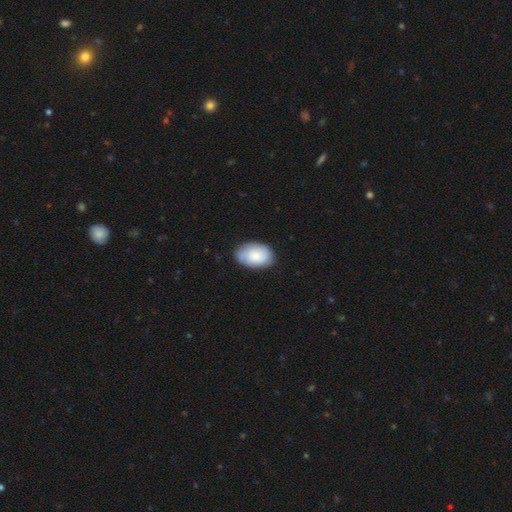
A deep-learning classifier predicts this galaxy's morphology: smooth-or-featured: smooth: 76% | featured or disk: 18% | star or artifact: 6%
  how-rounded: in between: 90% | round: 8% | cigar-shaped: 1%
  merging: none: 77% | minor disturbance: 18% | major disturbance: 4% | merger: 1%